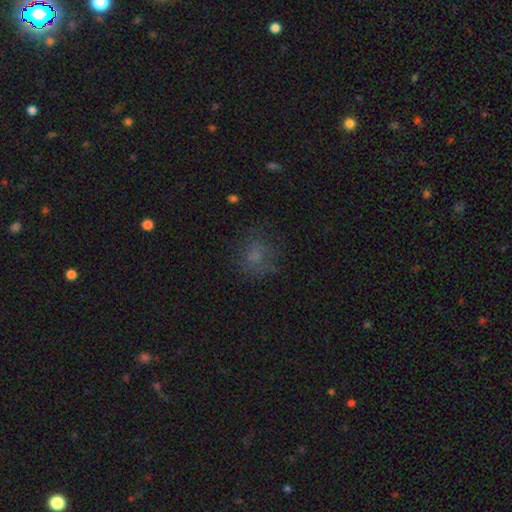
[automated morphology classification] Smooth or featured? smooth (64%)
How rounded? round (73%)
Merging? none (66%)